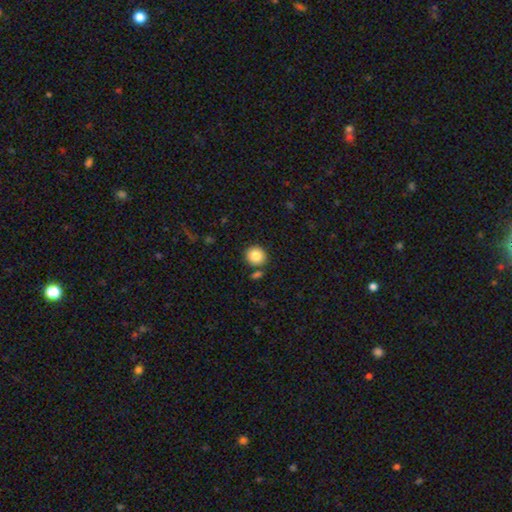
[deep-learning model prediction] smooth 84%, star or artifact 9%, featured or disk 7%. Down the decision tree: how rounded — round (87%); merging — none (81%).